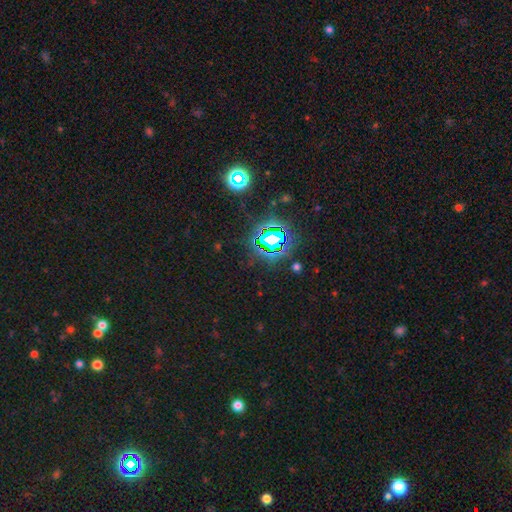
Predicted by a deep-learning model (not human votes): A star or artifact, not a galaxy (81%).

Vote fractions:
- Smooth or featured? star or artifact: 81% / smooth: 12% / featured or disk: 7%